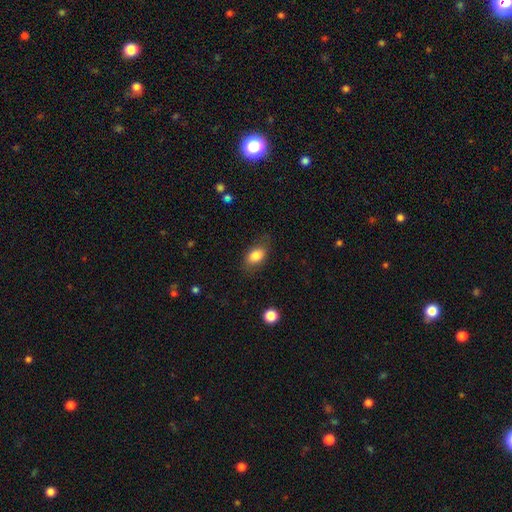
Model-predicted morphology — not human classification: Smooth or featured: smooth — 82% (featured or disk — 10%)
How rounded: in between — 86% (round — 11%)
Merging: none — 75% (minor disturbance — 18%)